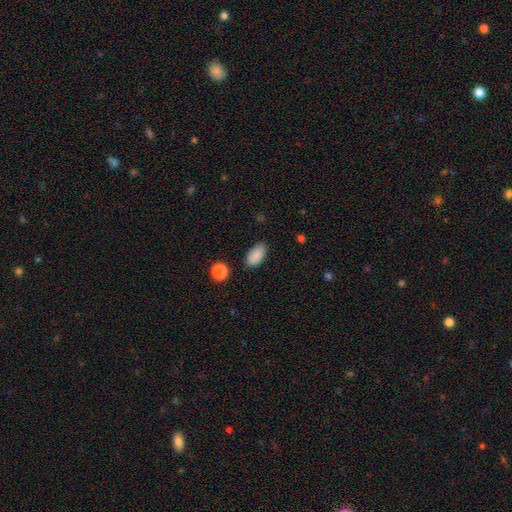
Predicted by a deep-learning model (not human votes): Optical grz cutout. It shows a smooth galaxy with no disk features (88%) that is in between round and cigar-shaped (92%). Merging: none (86%).